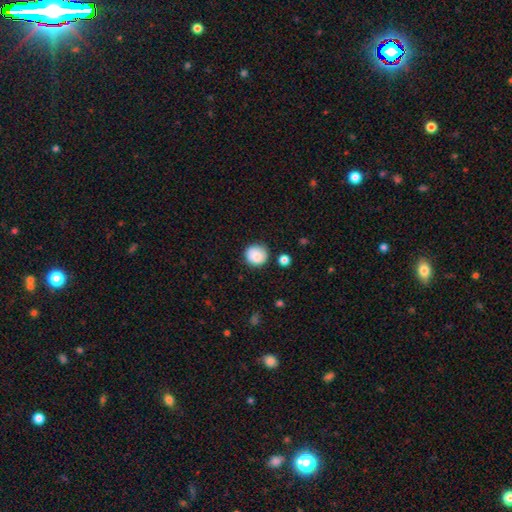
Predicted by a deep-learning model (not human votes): This is clearly a smooth galaxy (86%). How rounded: clearly round (90%). Merging: clearly none (83%).